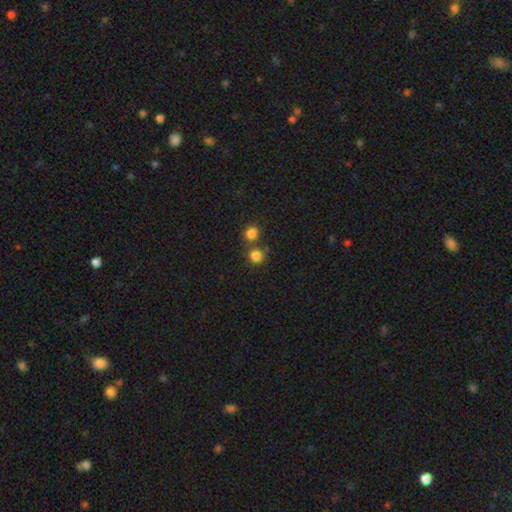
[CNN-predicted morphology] This is clearly a smooth galaxy (82%). How rounded: clearly round (88%). Merging: likely none (63%).